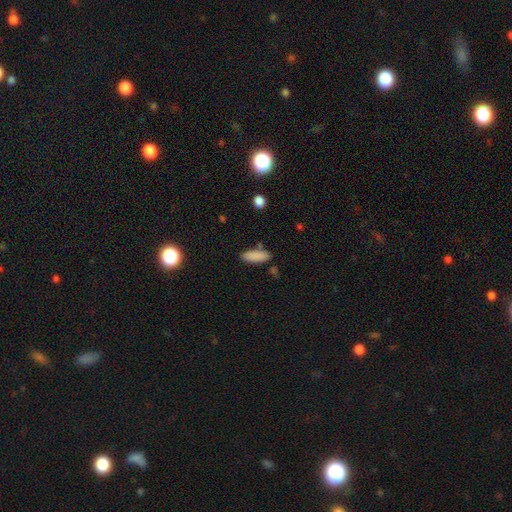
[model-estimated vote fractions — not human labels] Smooth or featured? Predicted: smooth (p=0.88). How rounded? Predicted: in between (p=0.57). Merging? Predicted: none (p=0.80).